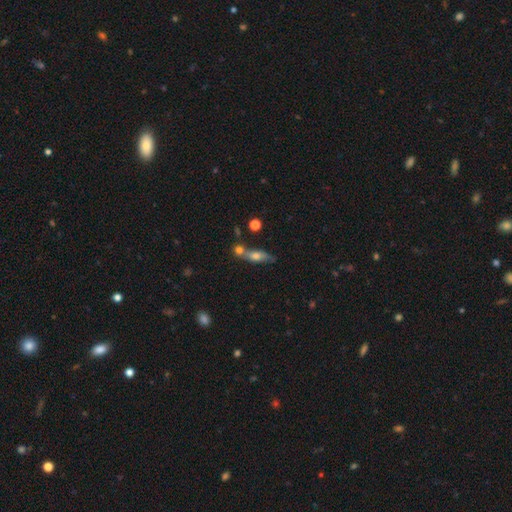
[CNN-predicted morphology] Smooth or featured? Predicted: smooth (p=0.49). Merging? Predicted: none (p=0.51).